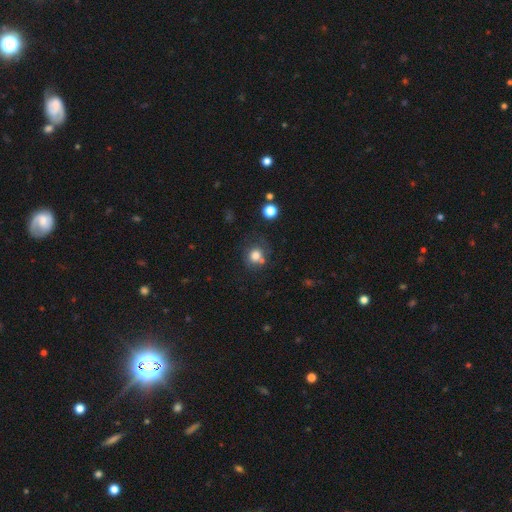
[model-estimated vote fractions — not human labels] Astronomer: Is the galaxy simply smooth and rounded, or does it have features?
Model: smooth — 79%.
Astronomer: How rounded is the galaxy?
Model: round — 82%.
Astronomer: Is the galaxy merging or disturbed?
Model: none — 63%.